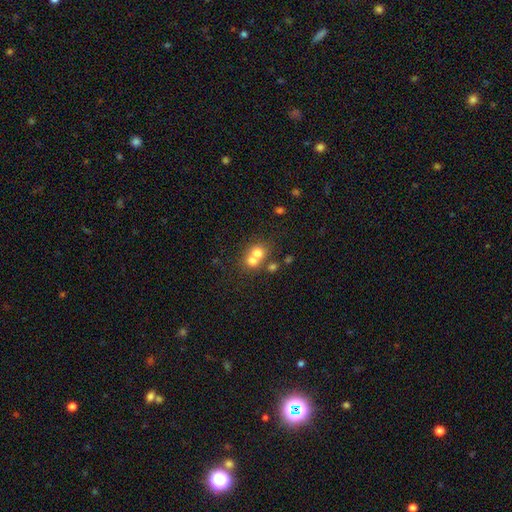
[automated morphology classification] Q: Smooth or featured?
A: smooth (69%); runner-up: featured or disk (19%)
Q: How rounded?
A: round (77%); runner-up: in between (22%)
Q: Merging?
A: merger (62%); runner-up: none (30%)